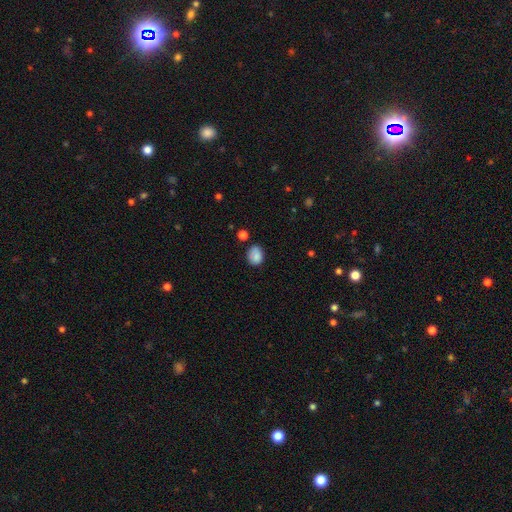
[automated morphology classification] Overall: smooth (83%). How rounded: in between (52%; round 47%). Merging: none (67%).